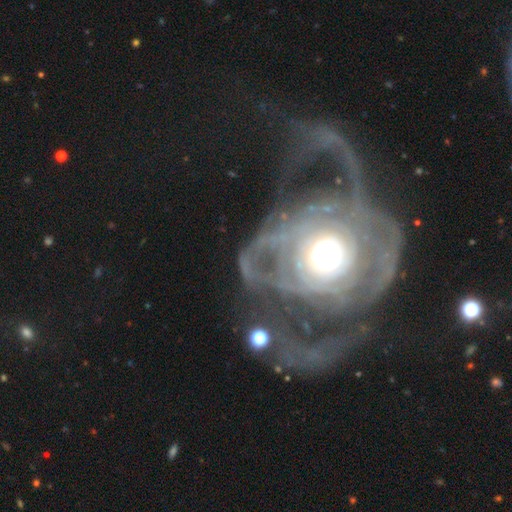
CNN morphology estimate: featured or disk 80%, smooth 12%, star or artifact 9%. Down the decision tree: edge-on disk — no (95%); bar — no (81%); spiral arms — yes (66%); spiral arm count — 2 (36%); spiral winding — loose (35%); bulge size — moderate (61%); merging — major disturbance (58%).